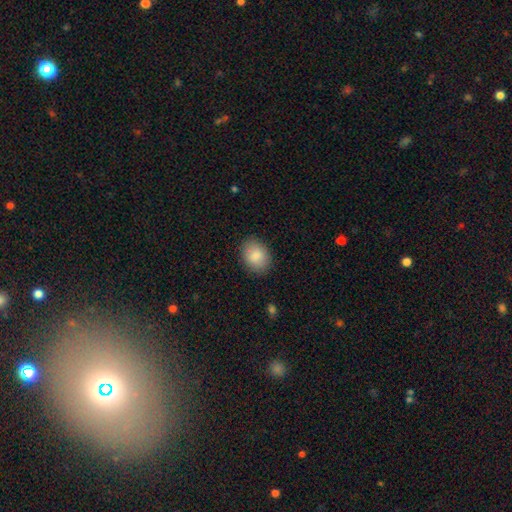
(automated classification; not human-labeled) This appears to be a smooth galaxy with no disk features (87%) that is in between round and cigar-shaped (65%). Merging: none (86%).